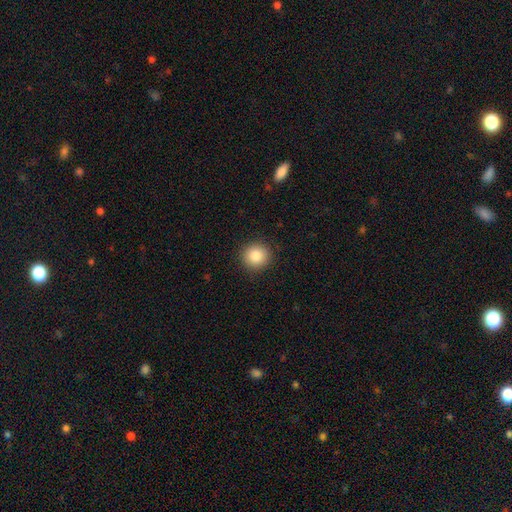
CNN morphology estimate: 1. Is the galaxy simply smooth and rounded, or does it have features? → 86% smooth, 9% star or artifact, 5% featured or disk.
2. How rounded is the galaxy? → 92% round, 7% in between, 1% cigar-shaped.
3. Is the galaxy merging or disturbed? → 91% none, 6% minor disturbance, 2% major disturbance, 1% merger.